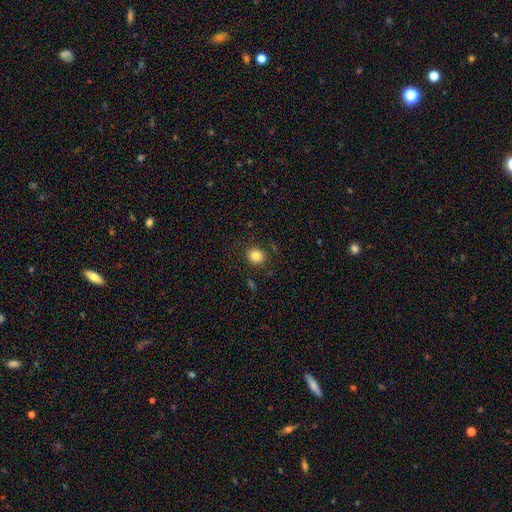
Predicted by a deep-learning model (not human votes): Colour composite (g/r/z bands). It shows a smooth galaxy with no disk features (84%) that is round (81%). Merging: none (86%).